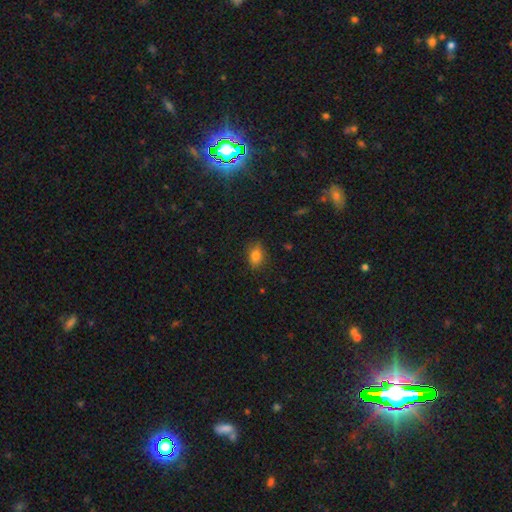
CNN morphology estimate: Overall: smooth (82%). How rounded: in between (76%). Merging: none (81%).